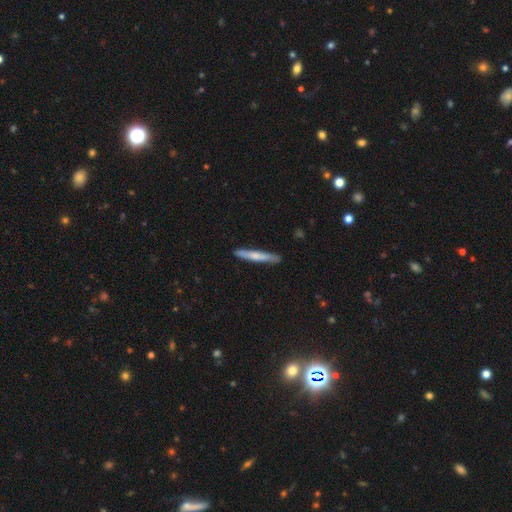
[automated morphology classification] smooth_or_featured: smooth (p=0.61) [alt: featured or disk p=0.34]
how_rounded: cigar-shaped (p=0.95) [alt: in between p=0.04]
merging: none (p=0.88) [alt: minor disturbance p=0.09]